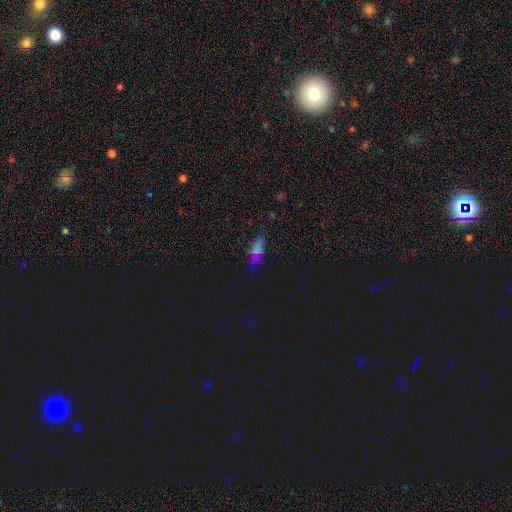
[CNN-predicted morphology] Smooth or featured: smooth — 60% (star or artifact — 22%)
How rounded: cigar-shaped — 48% (in between — 47%)
Merging: none — 77% (minor disturbance — 16%)